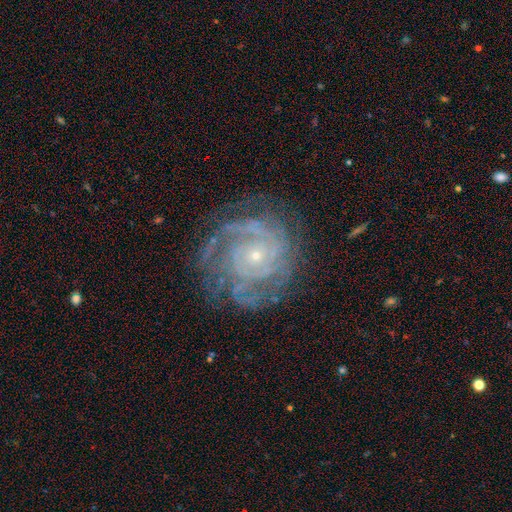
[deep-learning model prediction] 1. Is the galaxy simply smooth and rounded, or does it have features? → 88% featured or disk, 7% star or artifact, 6% smooth.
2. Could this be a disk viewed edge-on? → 97% no, 3% yes.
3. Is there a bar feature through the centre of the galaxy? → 80% no, 15% weak, 5% strong.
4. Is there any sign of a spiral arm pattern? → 97% yes, 3% no.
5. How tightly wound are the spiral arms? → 77% tight, 19% medium, 4% loose.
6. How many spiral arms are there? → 28% can't tell, 19% 3, 18% 4, 17% 2, 11% more than 4, 7% 1.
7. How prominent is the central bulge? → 82% small, 14% moderate, 2% none, 1% large, 1% dominant.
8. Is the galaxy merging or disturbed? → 74% none, 16% minor disturbance, 8% major disturbance, 1% merger.